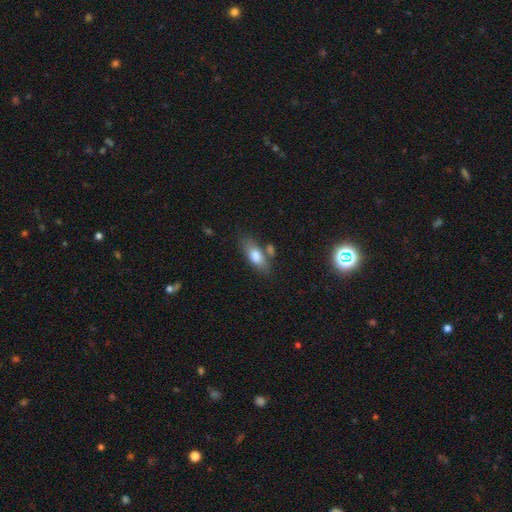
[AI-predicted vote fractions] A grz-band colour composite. It shows a smooth galaxy with no disk features (75%) that is in between round and cigar-shaped (76%). Merging: none (63%).